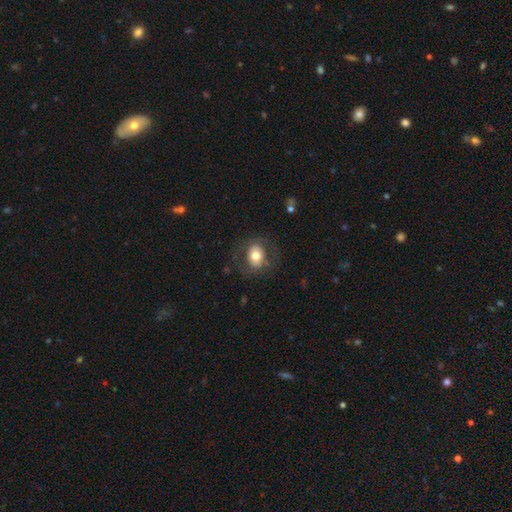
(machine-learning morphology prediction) Smooth or featured? Predicted: smooth (p=0.65). How rounded? Predicted: round (p=0.51). Merging? Predicted: none (p=0.74).